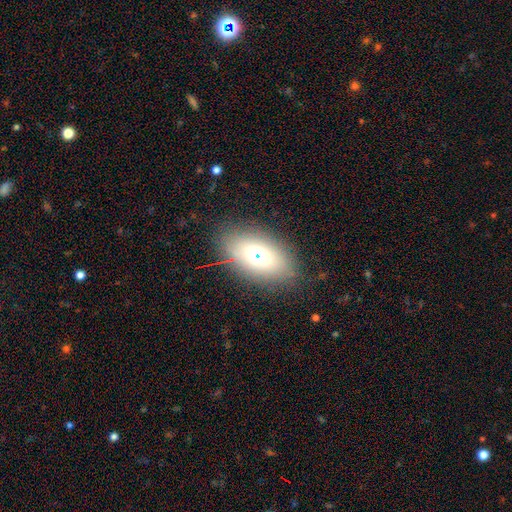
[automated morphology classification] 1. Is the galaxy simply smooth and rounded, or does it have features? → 63% smooth, 23% featured or disk, 14% star or artifact.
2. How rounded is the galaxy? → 86% in between, 9% round, 5% cigar-shaped.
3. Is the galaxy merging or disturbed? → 82% none, 11% minor disturbance, 4% major disturbance, 3% merger.